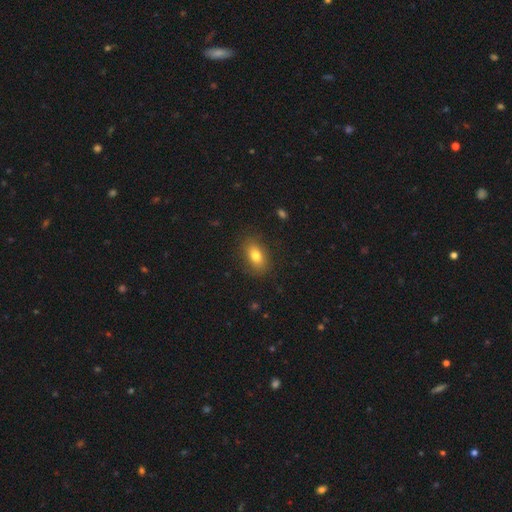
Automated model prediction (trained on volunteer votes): smooth-or-featured: smooth: 80% | featured or disk: 11% | star or artifact: 9%
  how-rounded: in between: 83% | round: 14% | cigar-shaped: 3%
  merging: none: 84% | minor disturbance: 12% | major disturbance: 3% | merger: 1%